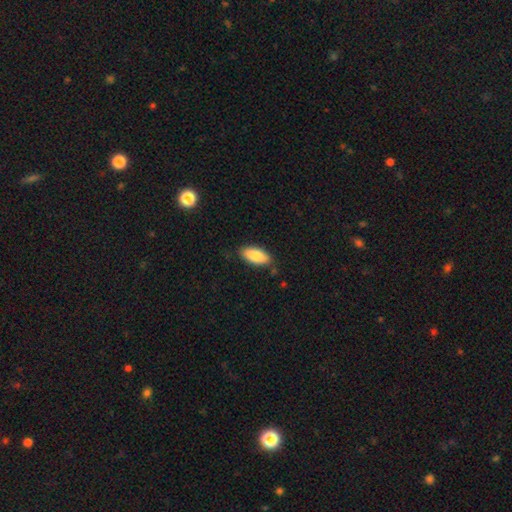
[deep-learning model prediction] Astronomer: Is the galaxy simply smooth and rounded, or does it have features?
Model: smooth — 84%.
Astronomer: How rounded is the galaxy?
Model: in between — 88%.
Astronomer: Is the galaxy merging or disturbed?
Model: none — 82%.